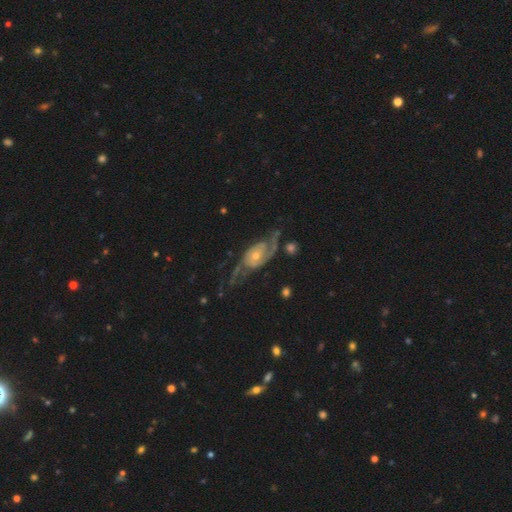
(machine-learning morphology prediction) A featured or disk galaxy (86%) with no bar (70%), 2 (75%) medium (40%) spiral arms (94%) and a moderate central bulge (50%). Merging: none (51%).